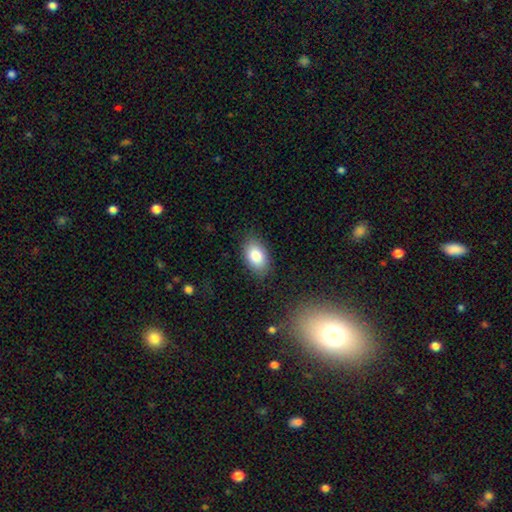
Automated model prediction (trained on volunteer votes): A smooth galaxy with no disk features (84%) that is in between round and cigar-shaped (91%).

Vote fractions:
- Smooth or featured? smooth: 84% / featured or disk: 9% / star or artifact: 7%
- How rounded? in between: 91% / round: 7% / cigar-shaped: 1%
- Merging? none: 84% / minor disturbance: 12% / major disturbance: 3% / merger: 1%